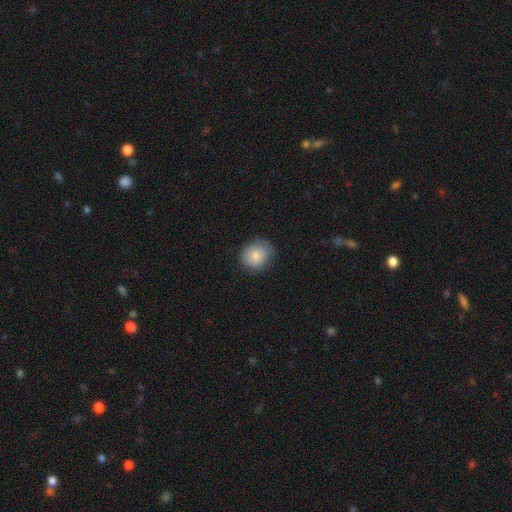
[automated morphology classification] Overall: smooth (84%). How rounded: round (76%). Merging: none (79%).